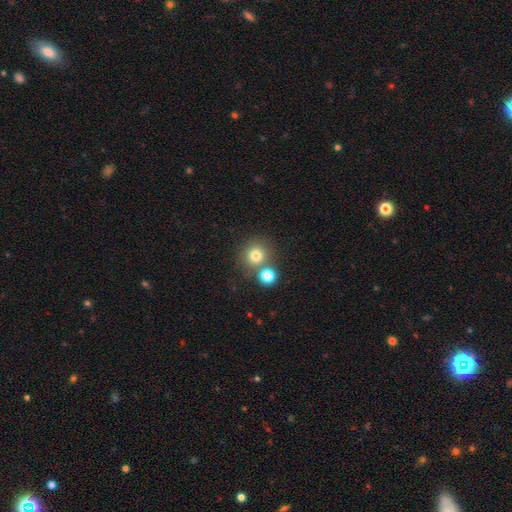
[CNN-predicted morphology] smooth_or_featured: smooth (p=0.78) [alt: star or artifact p=0.13]
how_rounded: round (p=0.90) [alt: in between p=0.09]
merging: none (p=0.64) [alt: merger p=0.25]